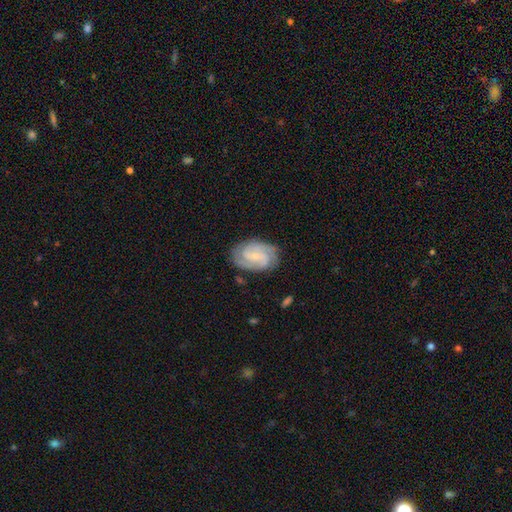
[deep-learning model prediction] The model was most divided on "bar": no: 47%, weak: 43%, strong: 10%. Remaining: edge-on disk — no (98%); spiral arms — yes (97%); smooth or featured — featured or disk (84%); merging — none (80%); bulge size — small (75%); spiral winding — tight (55%); spiral arm count — 2 (46%).